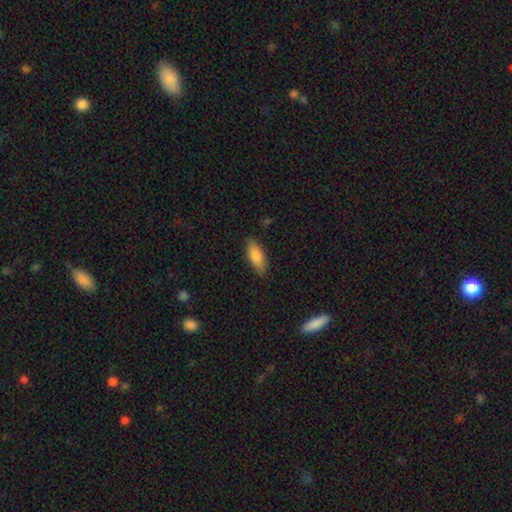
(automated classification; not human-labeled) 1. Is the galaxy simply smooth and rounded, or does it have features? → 81% smooth, 13% featured or disk, 6% star or artifact.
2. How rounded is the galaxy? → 74% in between, 24% cigar-shaped, 2% round.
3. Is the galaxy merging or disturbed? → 83% none, 13% minor disturbance, 2% major disturbance, 1% merger.